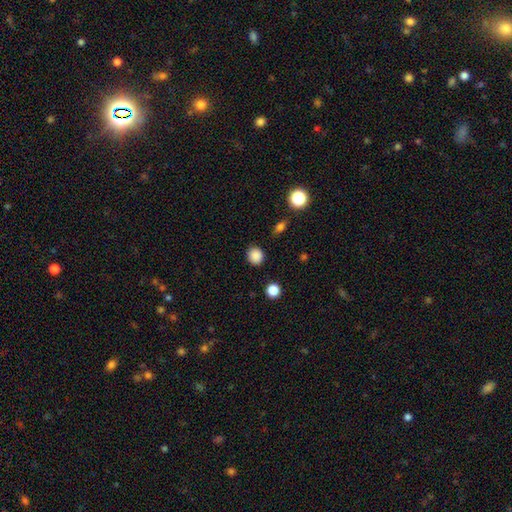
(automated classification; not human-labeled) Overall: smooth (87%). How rounded: round (79%). Merging: none (88%).